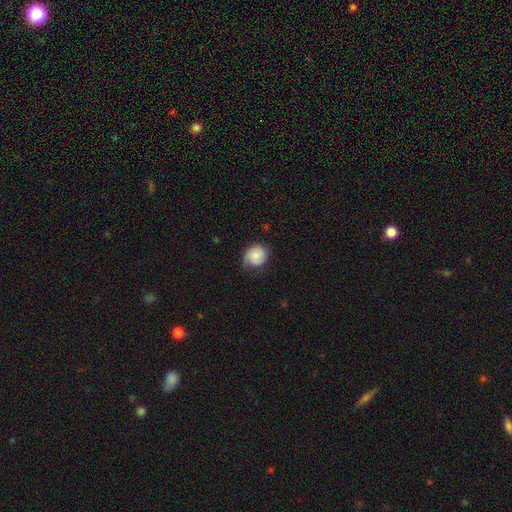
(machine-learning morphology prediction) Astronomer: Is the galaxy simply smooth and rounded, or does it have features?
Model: smooth — 64%.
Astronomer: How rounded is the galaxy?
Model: round — 75%.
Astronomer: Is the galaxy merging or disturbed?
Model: none — 57%.